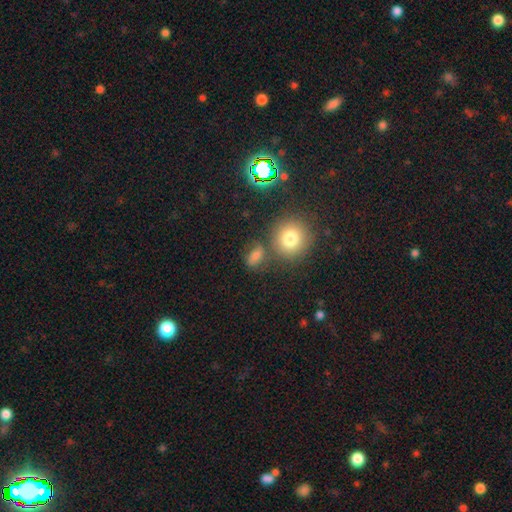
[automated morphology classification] type=smooth (67%); roundness=in between (56%); merging=none (64%).